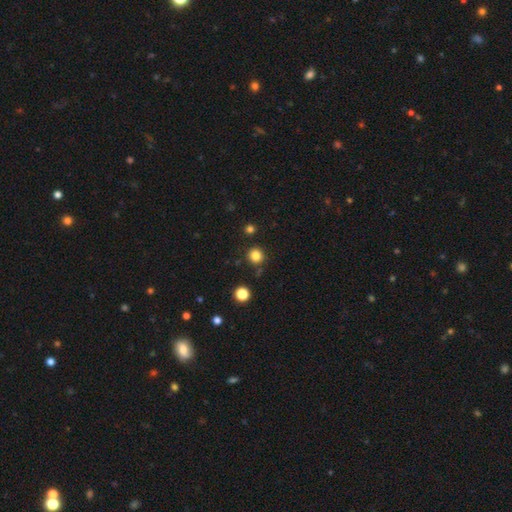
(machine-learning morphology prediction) smooth_or_featured: smooth (p=0.83) [alt: star or artifact p=0.13]
how_rounded: round (p=0.93) [alt: in between p=0.06]
merging: none (p=0.87) [alt: minor disturbance p=0.07]